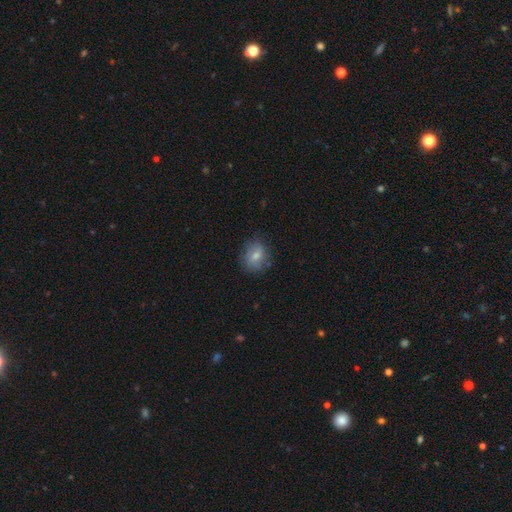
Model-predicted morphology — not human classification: smooth-or-featured: smooth: 69% | featured or disk: 22% | star or artifact: 8%
  how-rounded: round: 58% | in between: 41% | cigar-shaped: 1%
  merging: none: 74% | minor disturbance: 19% | major disturbance: 6% | merger: 1%